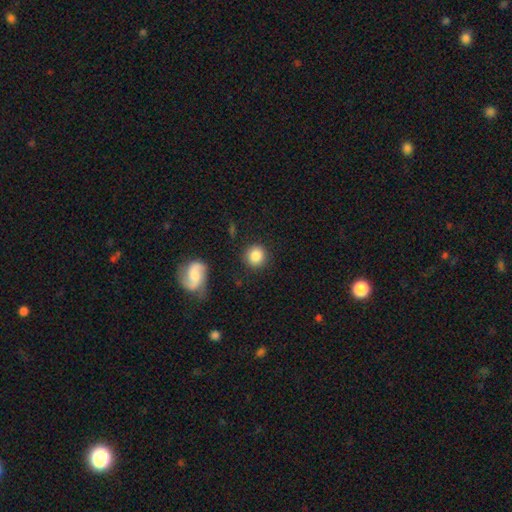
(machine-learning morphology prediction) This is clearly a smooth galaxy (84%). How rounded: clearly round (90%). Merging: clearly none (86%).